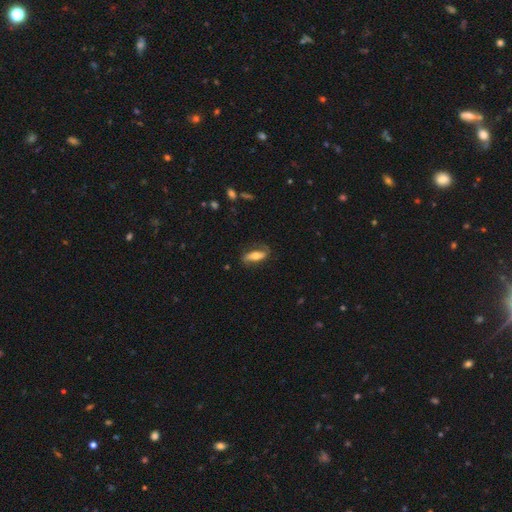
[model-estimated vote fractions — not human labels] smooth-or-featured: featured or disk: 55% | smooth: 39% | star or artifact: 7%
  disk-edge-on: no: 76% | yes: 24%
  merging: none: 66% | minor disturbance: 21% | major disturbance: 11% | merger: 2%